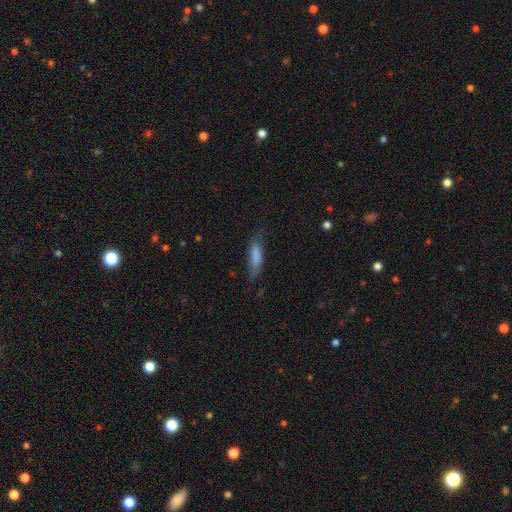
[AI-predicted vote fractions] This appears to be a smooth galaxy with no disk features (73%) that is cigar-shaped (50%). Merging: none (54%).